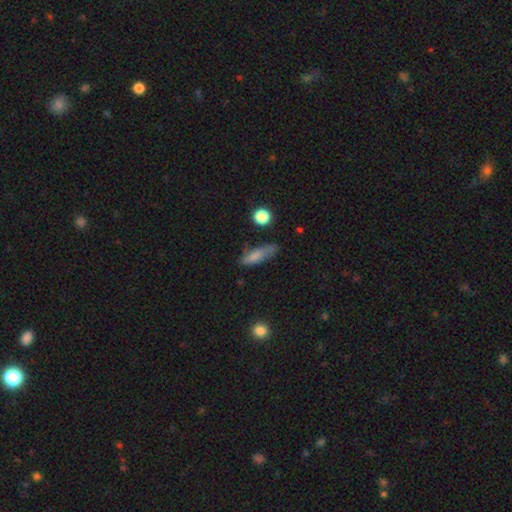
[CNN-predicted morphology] Smooth or featured? smooth (77%)
How rounded? in between (48%, tied with cigar-shaped)
Merging? none (63%)